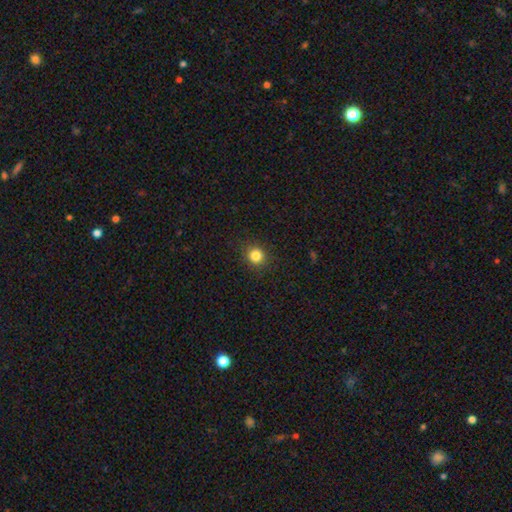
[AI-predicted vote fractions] This appears to be a smooth galaxy with no disk features (83%) that is round (89%). Merging: none (90%).